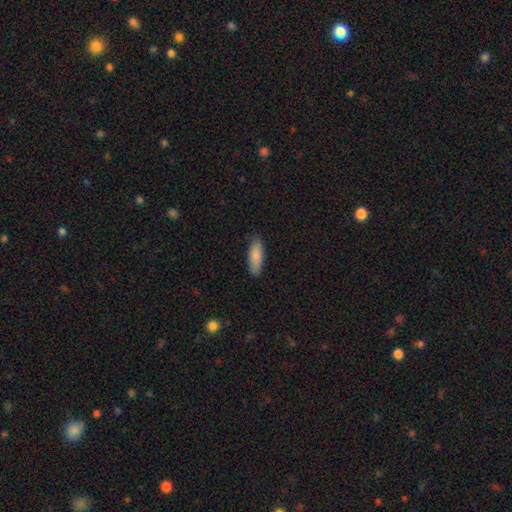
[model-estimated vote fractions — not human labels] Morphology: type=smooth (85%); roundness=in between (63%); merging=none (84%).